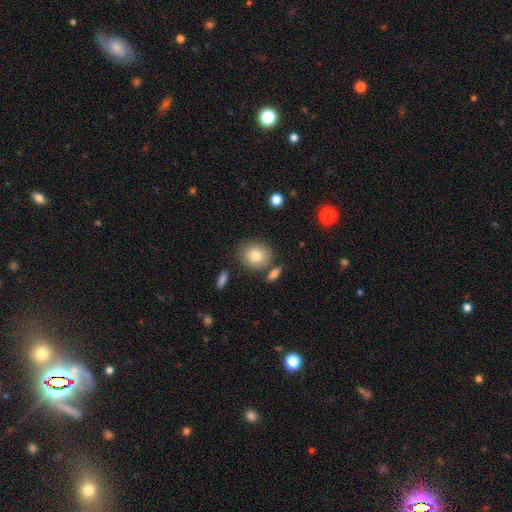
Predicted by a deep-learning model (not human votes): The model was most divided on "how rounded": round: 79%, in between: 20%, cigar-shaped: 1%. More confident: smooth or featured — smooth (82%); merging — none (78%).